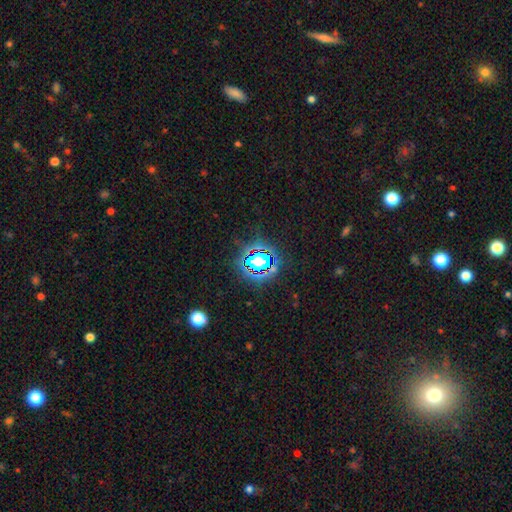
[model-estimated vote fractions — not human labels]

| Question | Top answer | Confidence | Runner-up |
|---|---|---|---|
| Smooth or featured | star or artifact | 80% | smooth (13%) |